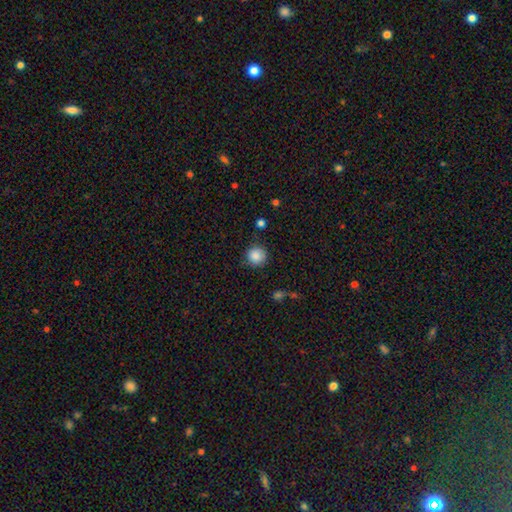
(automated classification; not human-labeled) smooth_or_featured: smooth (p=0.87) [alt: star or artifact p=0.10]
how_rounded: round (p=0.94) [alt: in between p=0.05]
merging: none (p=0.85) [alt: minor disturbance p=0.10]